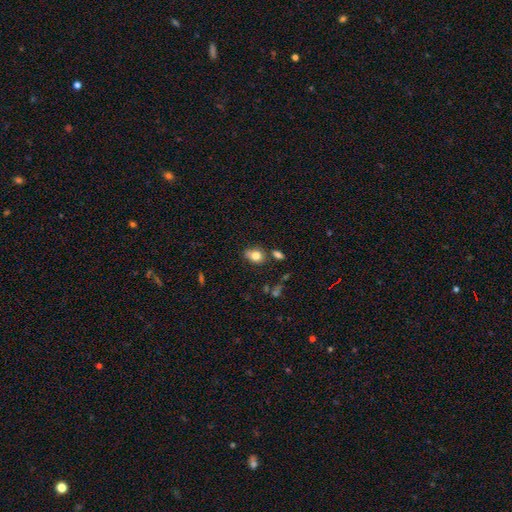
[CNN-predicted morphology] This is likely a smooth galaxy (80%). How rounded: likely in between (64%). Merging: possibly none (59%).